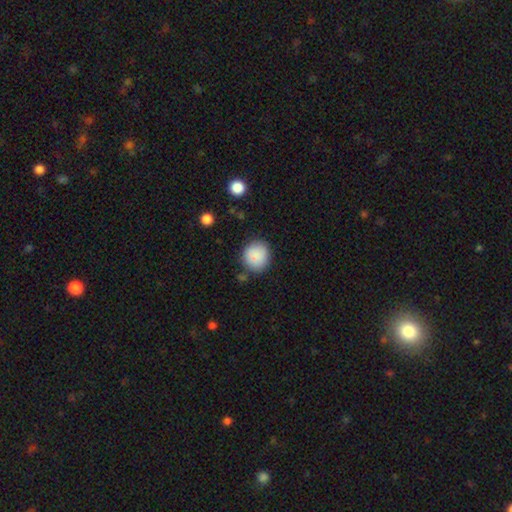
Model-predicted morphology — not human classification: This is clearly a smooth galaxy (86%). How rounded: clearly round (90%). Merging: clearly none (80%).